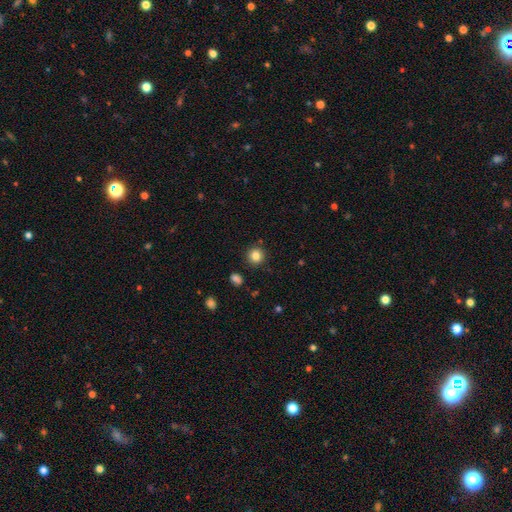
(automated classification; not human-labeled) Morphology: type=smooth (84%); roundness=round (92%); merging=none (89%).